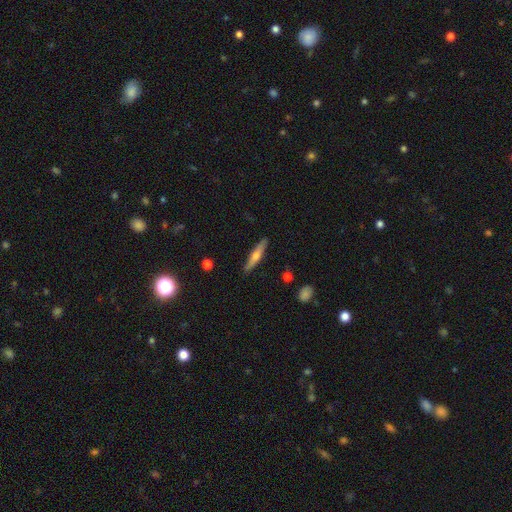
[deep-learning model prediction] smooth-or-featured: featured or disk: 48% | smooth: 46% | star or artifact: 6%
  merging: none: 89% | minor disturbance: 8% | major disturbance: 2% | merger: 1%